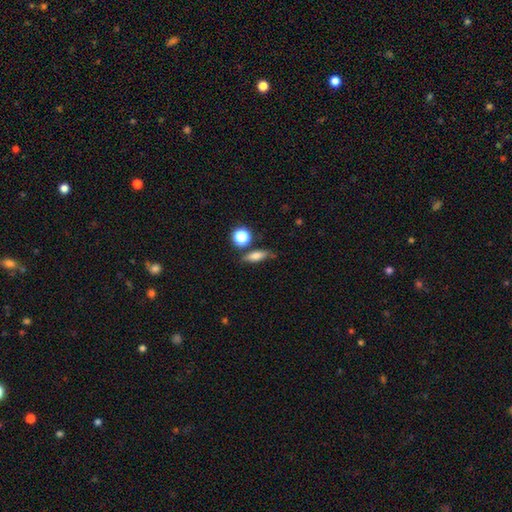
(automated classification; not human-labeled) Overall: smooth (72%). How rounded: in between (53%; cigar-shaped 34%). Merging: none (69%).